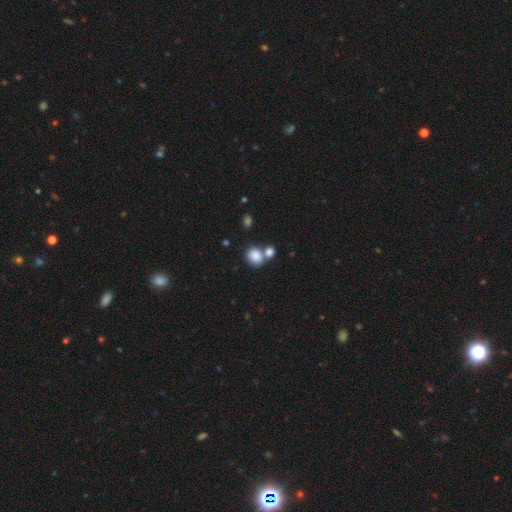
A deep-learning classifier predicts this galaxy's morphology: The model was most divided on "how rounded": round: 54%, in between: 45%, cigar-shaped: 1%. Remaining: smooth or featured — smooth (84%); merging — none (48%).